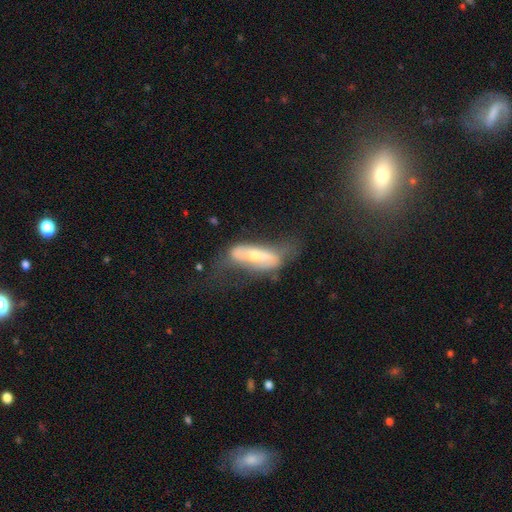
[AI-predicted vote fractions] Overall: featured or disk (56%; smooth 37%). Edge-on disk: no (68%; yes 32%). Merging: none (40%; major disturbance 29%).